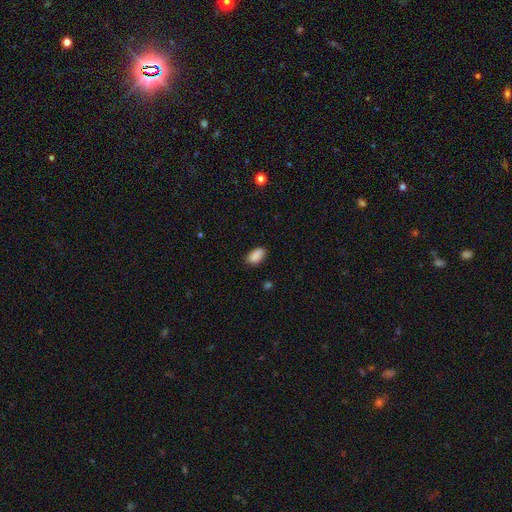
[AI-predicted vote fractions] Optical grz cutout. It shows a smooth galaxy with no disk features (89%) that is in between round and cigar-shaped (93%). Merging: none (80%).